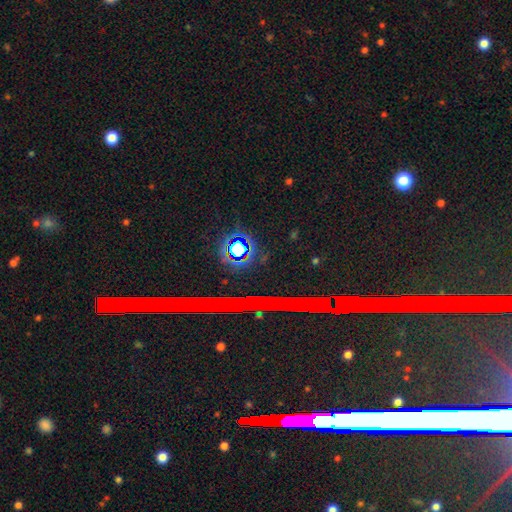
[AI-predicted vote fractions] The model was most divided on "smooth or featured": star or artifact: 80%, featured or disk: 10%, smooth: 10%.